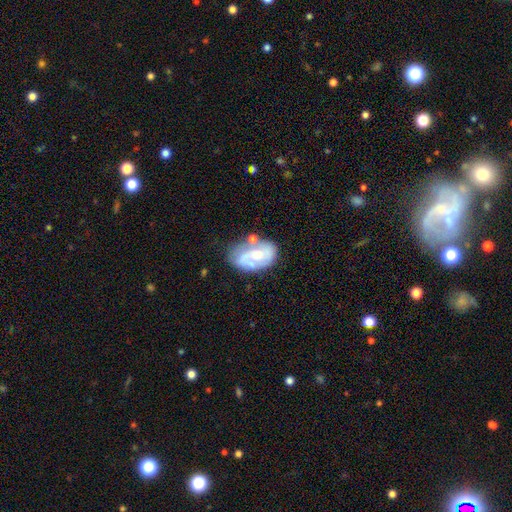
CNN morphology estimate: smooth-or-featured: featured or disk: 65% | smooth: 28% | star or artifact: 7%
  disk-edge-on: no: 97% | yes: 3%
    bar: no: 61% | weak: 32% | strong: 7%
    has-spiral-arms: yes: 73% | no: 27%
    bulge-size: moderate: 49% | small: 35% | none: 9% | large: 6% | dominant: 1%
  merging: none: 50% | minor disturbance: 25% | merger: 13% | major disturbance: 12%